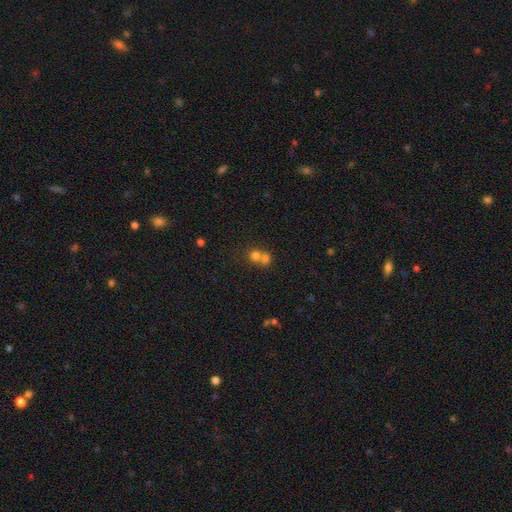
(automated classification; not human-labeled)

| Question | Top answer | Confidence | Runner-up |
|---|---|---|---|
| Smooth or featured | smooth | 72% | star or artifact (14%) |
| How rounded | round | 81% | in between (18%) |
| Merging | merger | 61% | none (32%) |